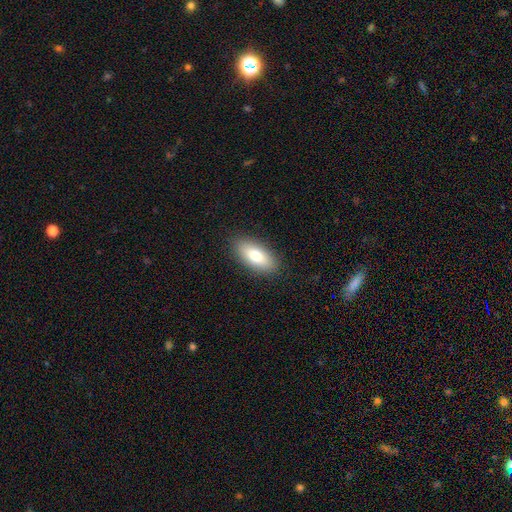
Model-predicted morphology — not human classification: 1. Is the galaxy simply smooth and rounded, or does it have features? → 76% smooth, 17% featured or disk, 7% star or artifact.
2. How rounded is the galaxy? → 86% in between, 11% cigar-shaped, 3% round.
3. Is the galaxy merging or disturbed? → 88% none, 9% minor disturbance, 2% major disturbance, 1% merger.